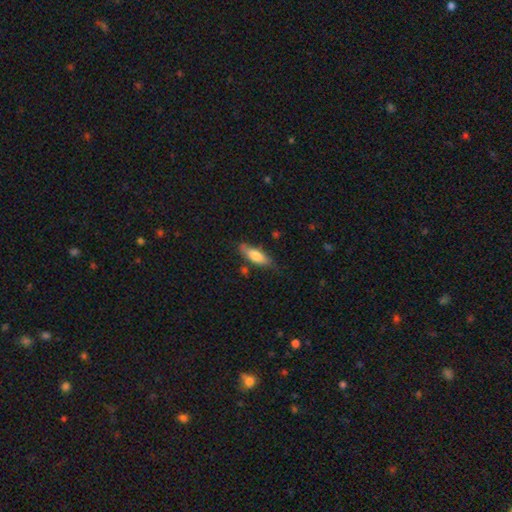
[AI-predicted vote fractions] A smooth galaxy with no disk features (71%) that is in between round and cigar-shaped (54%).

Vote fractions:
- Smooth or featured? smooth: 71% / featured or disk: 23% / star or artifact: 6%
- How rounded? in between: 54% / cigar-shaped: 44% / round: 2%
- Merging? none: 68% / minor disturbance: 23% / major disturbance: 5% / merger: 4%